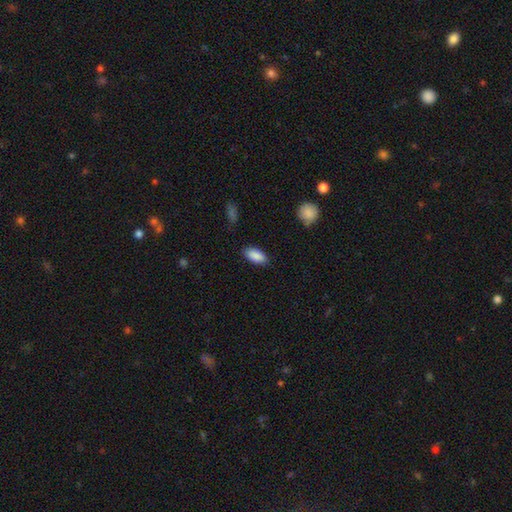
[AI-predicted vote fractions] Smooth or featured: smooth — 89% (star or artifact — 7%)
How rounded: in between — 91% (cigar-shaped — 7%)
Merging: none — 86% (minor disturbance — 11%)